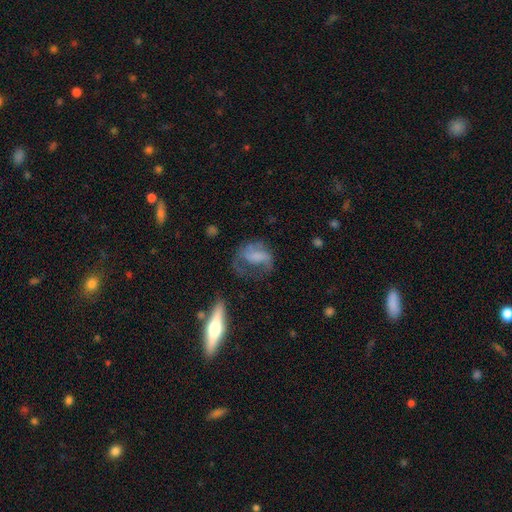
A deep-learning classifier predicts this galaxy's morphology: A featured or disk galaxy (49%).

Vote fractions:
- Smooth or featured? featured or disk: 49% / smooth: 40% / star or artifact: 11%
- Merging? major disturbance: 43% / none: 31% / minor disturbance: 22% / merger: 5%